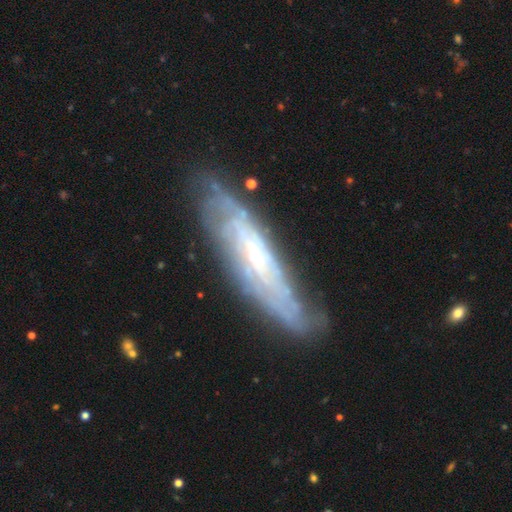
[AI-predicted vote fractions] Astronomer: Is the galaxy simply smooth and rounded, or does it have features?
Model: featured or disk — 83%.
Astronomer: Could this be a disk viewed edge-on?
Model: no — 72%.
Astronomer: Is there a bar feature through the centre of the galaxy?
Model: no — 59%.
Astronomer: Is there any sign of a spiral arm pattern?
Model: yes — 90%.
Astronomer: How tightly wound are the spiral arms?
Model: tight — 73%.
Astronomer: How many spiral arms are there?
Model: can't tell — 58%.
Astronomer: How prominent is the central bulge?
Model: small — 69%.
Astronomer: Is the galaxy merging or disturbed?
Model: none — 77%.